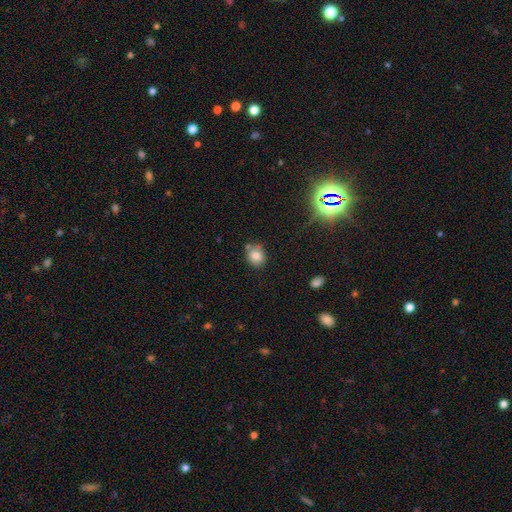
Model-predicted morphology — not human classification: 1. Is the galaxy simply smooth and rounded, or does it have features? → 81% smooth, 11% star or artifact, 9% featured or disk.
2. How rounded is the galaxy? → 62% round, 37% in between, 1% cigar-shaped.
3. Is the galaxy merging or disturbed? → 69% none, 18% minor disturbance, 9% merger, 4% major disturbance.